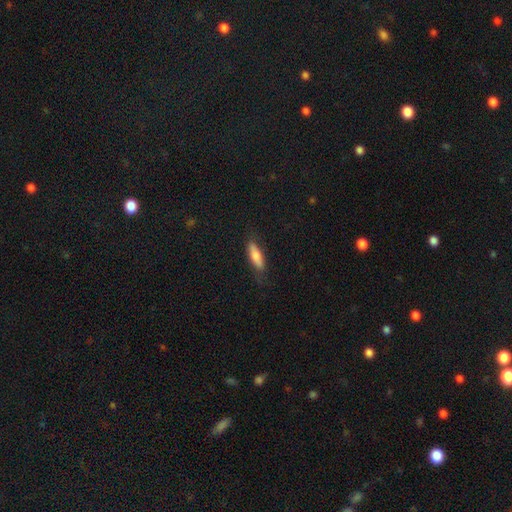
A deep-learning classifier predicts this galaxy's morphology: A smooth galaxy with no disk features (74%) that is cigar-shaped (53%). Merging: none (75%).